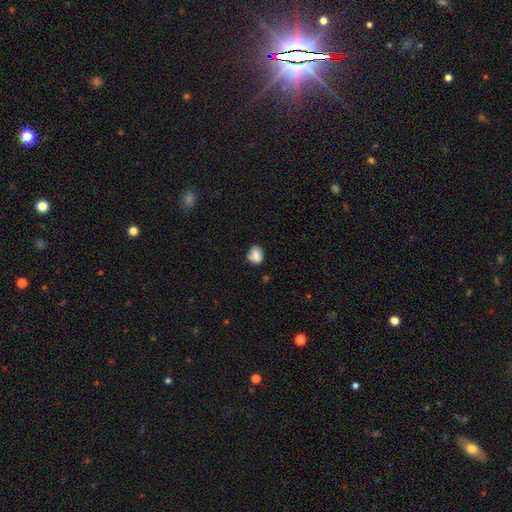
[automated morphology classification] type=smooth (81%); roundness=in between (53%); merging=none (59%).